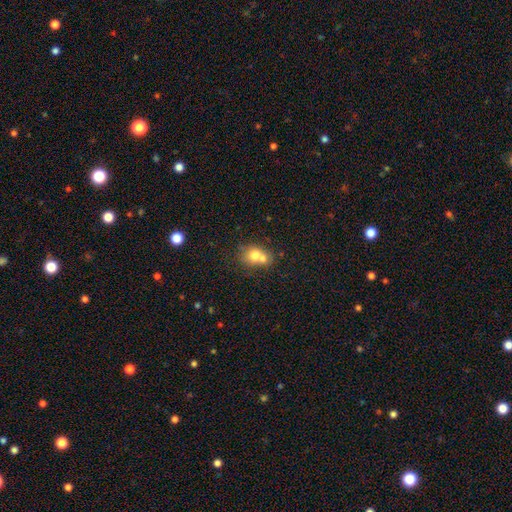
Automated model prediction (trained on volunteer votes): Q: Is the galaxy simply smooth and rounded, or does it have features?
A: smooth — 71%.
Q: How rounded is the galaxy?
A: round — 53%.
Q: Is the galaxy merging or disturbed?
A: merger — 57%.